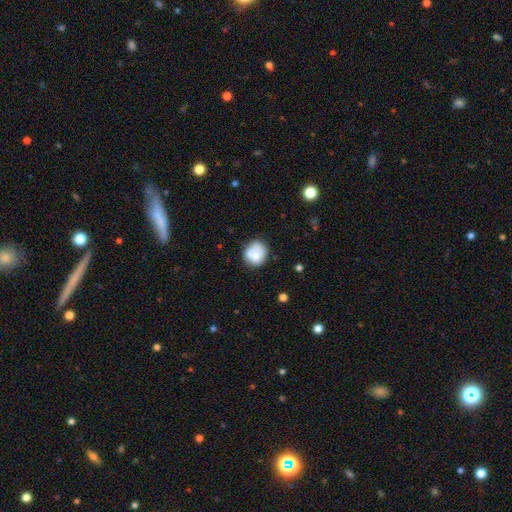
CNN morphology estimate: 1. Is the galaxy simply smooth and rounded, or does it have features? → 73% smooth, 19% featured or disk, 8% star or artifact.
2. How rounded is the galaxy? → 76% round, 23% in between, 1% cigar-shaped.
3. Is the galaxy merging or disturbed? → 59% none, 20% minor disturbance, 15% merger, 6% major disturbance.